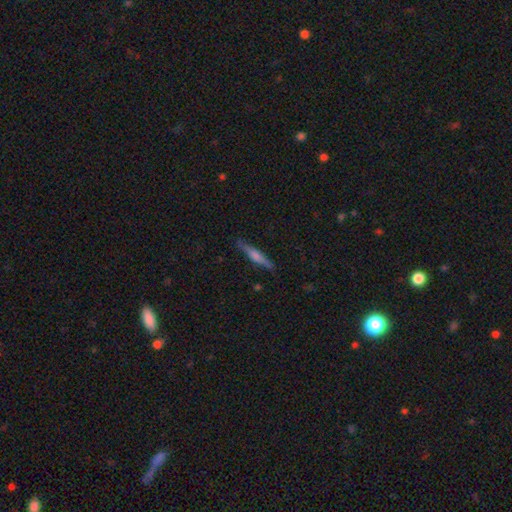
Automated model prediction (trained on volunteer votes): Morphology: type=featured or disk (52%); edge-on=yes (97%); edge-on bulge=rounded (59%); merging=none (88%).